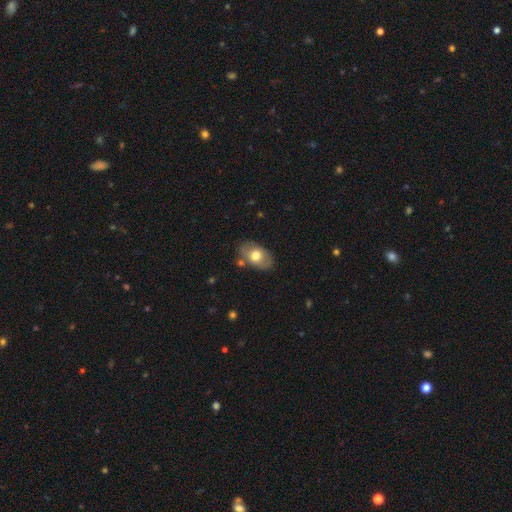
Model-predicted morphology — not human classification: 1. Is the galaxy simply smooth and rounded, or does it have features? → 67% smooth, 26% featured or disk, 7% star or artifact.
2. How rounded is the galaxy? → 88% in between, 11% round, 1% cigar-shaped.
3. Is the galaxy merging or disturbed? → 76% none, 15% minor disturbance, 5% merger, 4% major disturbance.